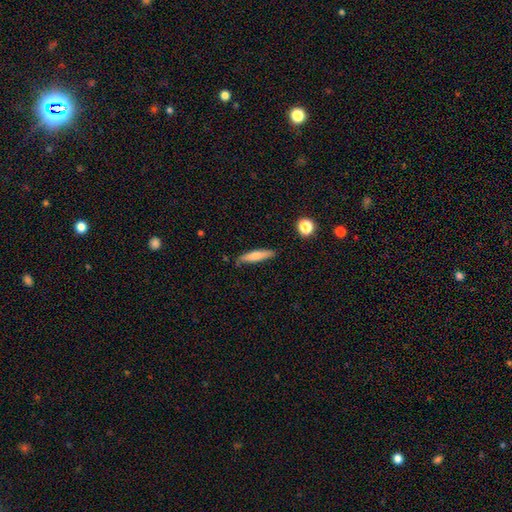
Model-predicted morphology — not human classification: type=smooth (70%); roundness=cigar-shaped (84%); merging=none (77%).